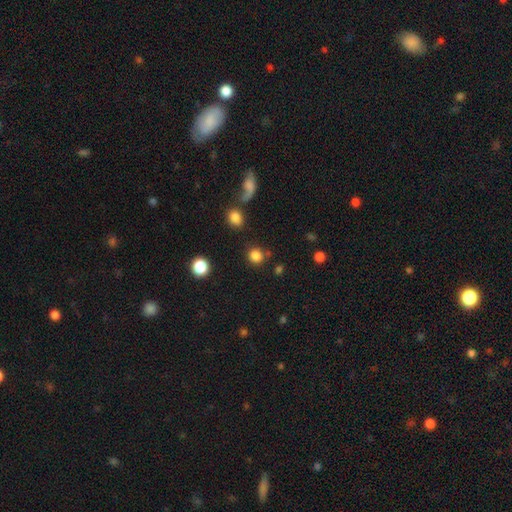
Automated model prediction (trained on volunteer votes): Q: Smooth or featured?
A: smooth (84%); runner-up: star or artifact (11%)
Q: How rounded?
A: round (84%); runner-up: in between (14%)
Q: Merging?
A: none (80%); runner-up: minor disturbance (9%)